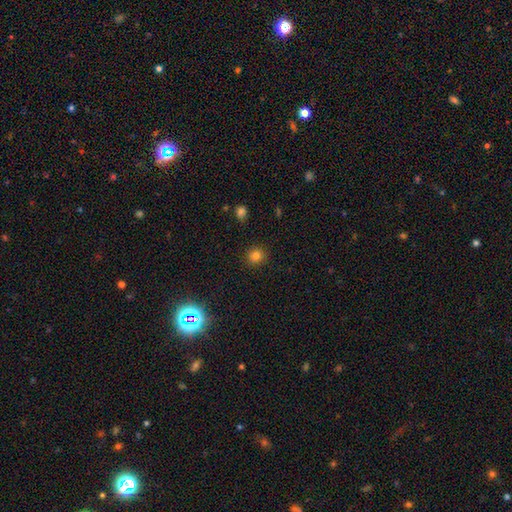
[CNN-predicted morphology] smooth-or-featured: smooth: 81% | star or artifact: 15% | featured or disk: 5%
  how-rounded: round: 83% | in between: 16% | cigar-shaped: 1%
  merging: none: 88% | minor disturbance: 8% | major disturbance: 3% | merger: 1%